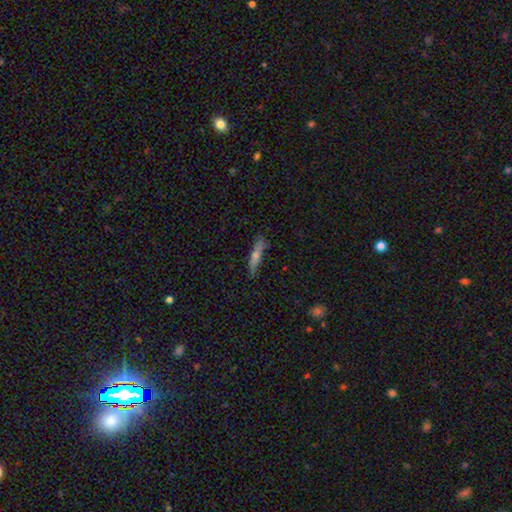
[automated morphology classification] The model was most divided on "smooth or featured": smooth: 50%, featured or disk: 42%, star or artifact: 8%. More confident: how rounded — cigar-shaped (89%); merging — none (85%).